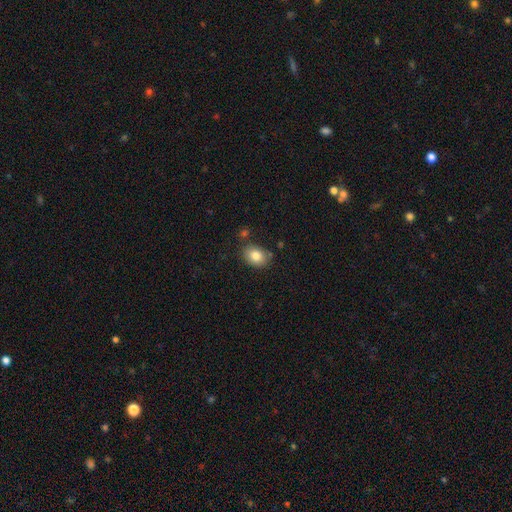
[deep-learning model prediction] Morphology: type=smooth (83%); roundness=in between (66%); merging=none (78%).